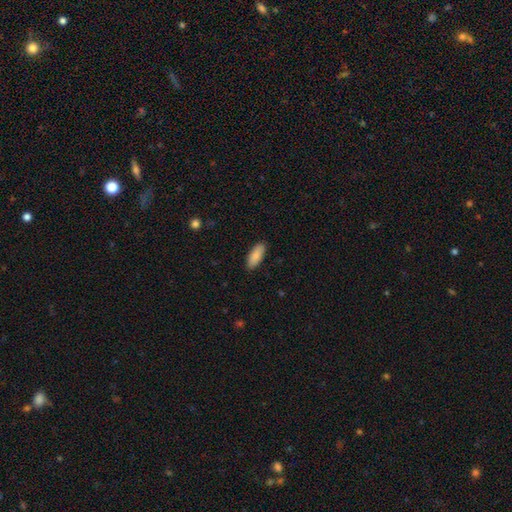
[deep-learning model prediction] A smooth galaxy with no disk features (87%) that is in between round and cigar-shaped (79%). Merging: none (89%).